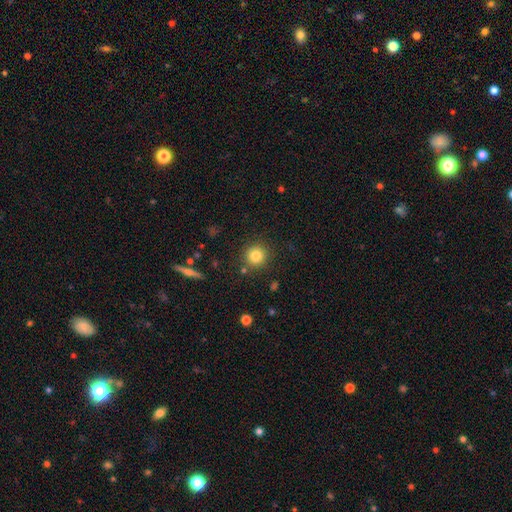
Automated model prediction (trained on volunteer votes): This is clearly a smooth galaxy (82%). How rounded: clearly round (93%). Merging: clearly none (87%).